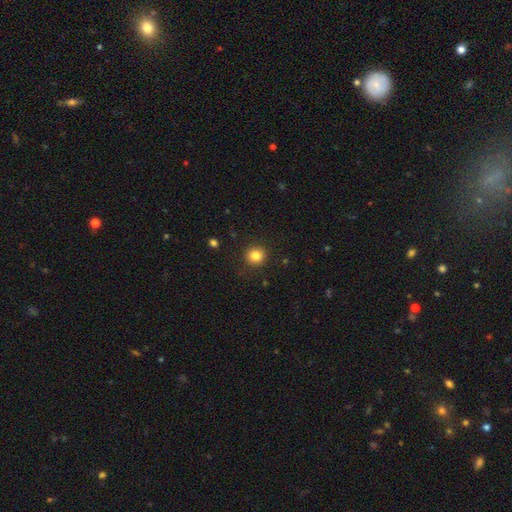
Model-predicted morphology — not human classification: type=smooth (83%); roundness=round (91%); merging=none (90%).